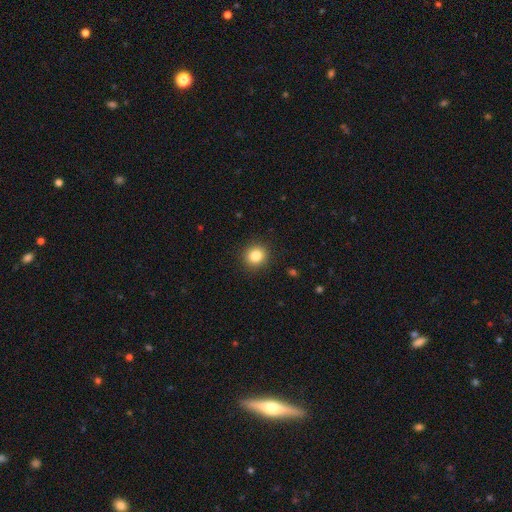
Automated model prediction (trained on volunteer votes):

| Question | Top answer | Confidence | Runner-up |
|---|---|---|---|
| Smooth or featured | smooth | 84% | star or artifact (10%) |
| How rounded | round | 87% | in between (12%) |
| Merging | none | 91% | minor disturbance (6%) |